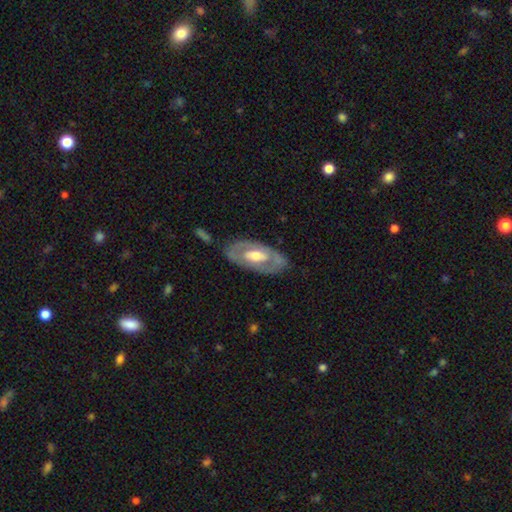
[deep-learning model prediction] featured or disk 64%, smooth 31%, star or artifact 5%. Down the decision tree: edge-on disk — no (87%); bar — no (52%); spiral arms — no (66%); bulge size — moderate (66%); merging — none (78%).